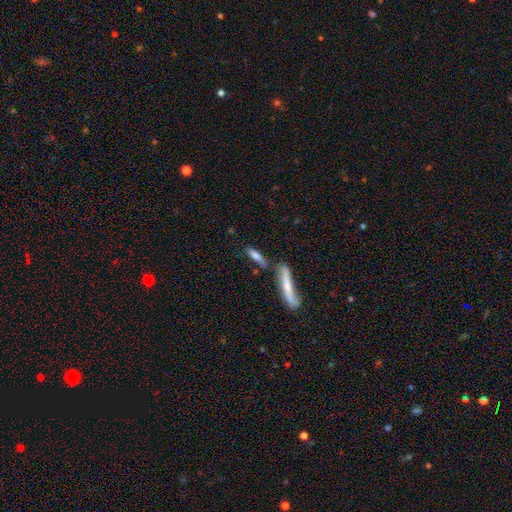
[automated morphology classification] smooth 70%, featured or disk 22%, star or artifact 7%. Down the decision tree: how rounded — cigar-shaped (69%); merging — none (55%).